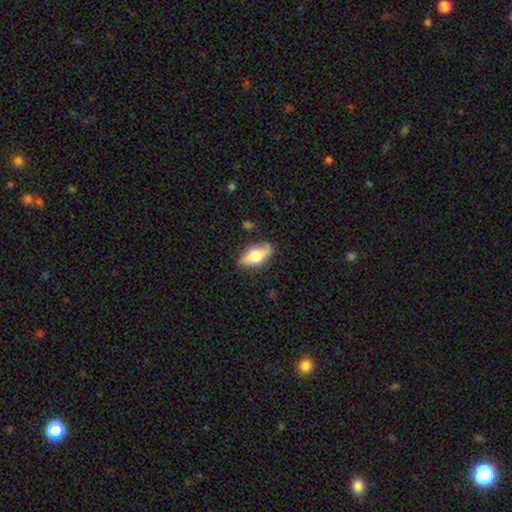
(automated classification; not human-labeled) Smooth or featured: smooth — 64% (featured or disk — 29%)
How rounded: in between — 86% (cigar-shaped — 10%)
Merging: none — 73% (minor disturbance — 20%)